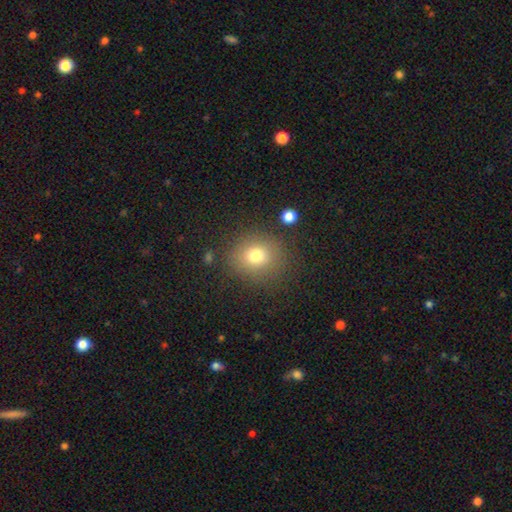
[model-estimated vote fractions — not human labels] The model was most divided on "how rounded": round: 70%, in between: 29%, cigar-shaped: 1%. More confident: merging — none (82%); smooth or featured — smooth (76%).